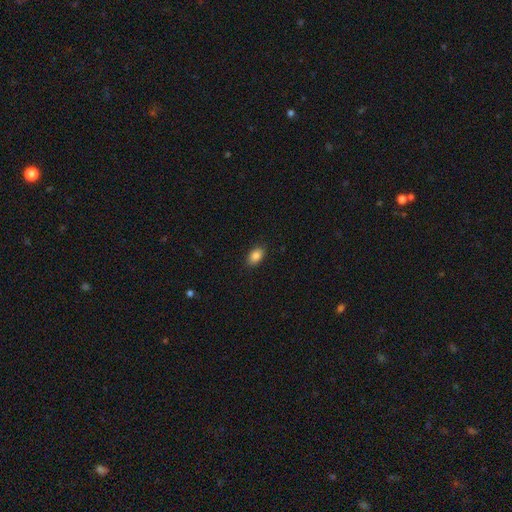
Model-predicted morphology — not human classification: smooth 87%, star or artifact 8%, featured or disk 4%. Down the decision tree: how rounded — in between (87%); merging — none (88%).